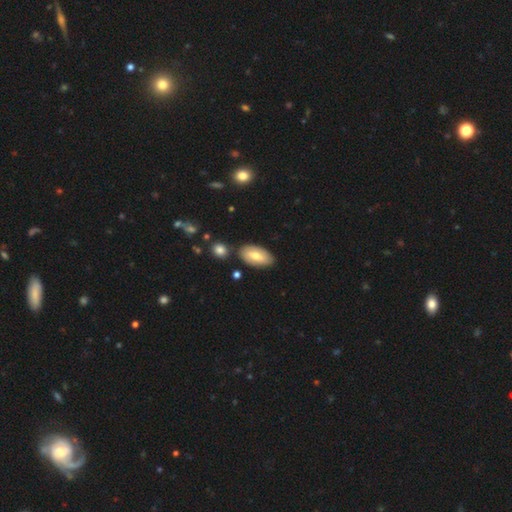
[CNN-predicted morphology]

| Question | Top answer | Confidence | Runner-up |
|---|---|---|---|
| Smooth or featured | smooth | 65% | featured or disk (29%) |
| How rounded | in between | 93% | cigar-shaped (4%) |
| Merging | none | 78% | minor disturbance (13%) |